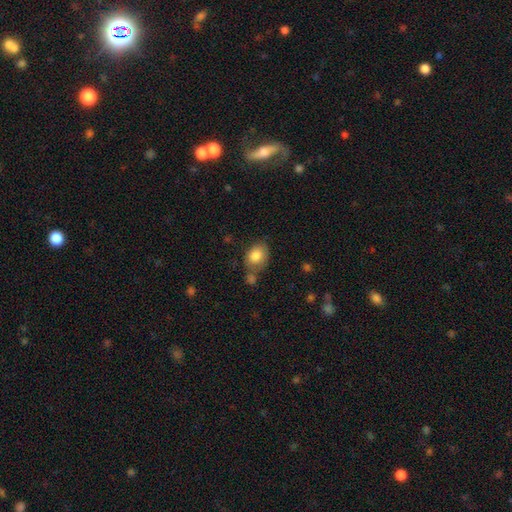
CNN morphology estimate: This appears to be a smooth galaxy with no disk features (82%) that is in between round and cigar-shaped (63%). Merging: none (58%).